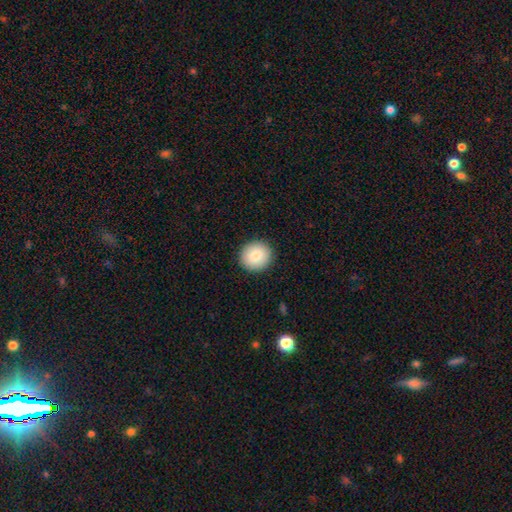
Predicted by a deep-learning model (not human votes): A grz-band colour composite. It shows a smooth galaxy with no disk features (85%) that is round (91%). Merging: none (92%).